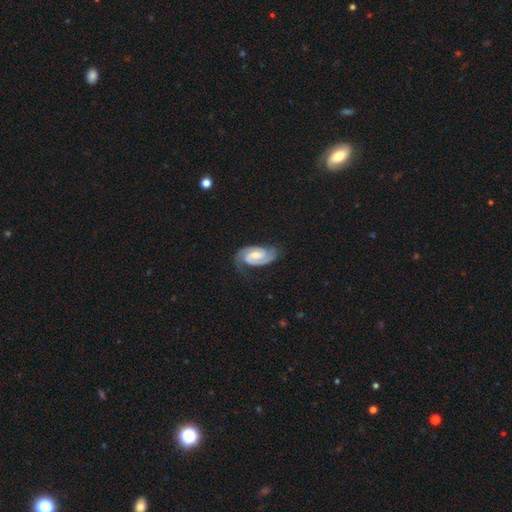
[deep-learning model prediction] Morphology: type=featured or disk (88%); edge-on=no (97%); bar=weak (50%); spiral arms=yes (98%); winding=tight (56%); arm count=2 (90%); bulge=moderate (55%); merging=none (75%).